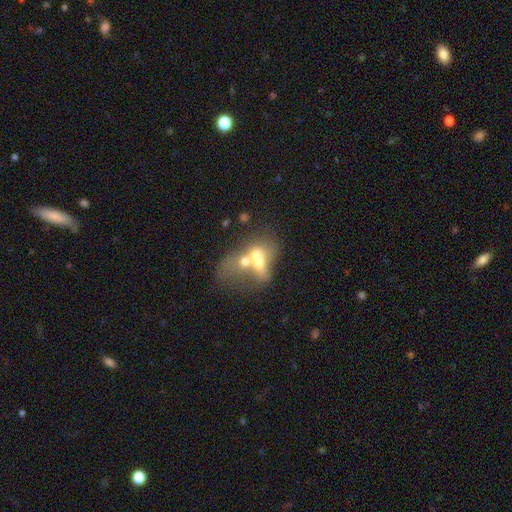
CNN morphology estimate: The model was most divided on "smooth or featured": smooth: 46%, featured or disk: 41%, star or artifact: 12%. More confident: merging — merger (73%).